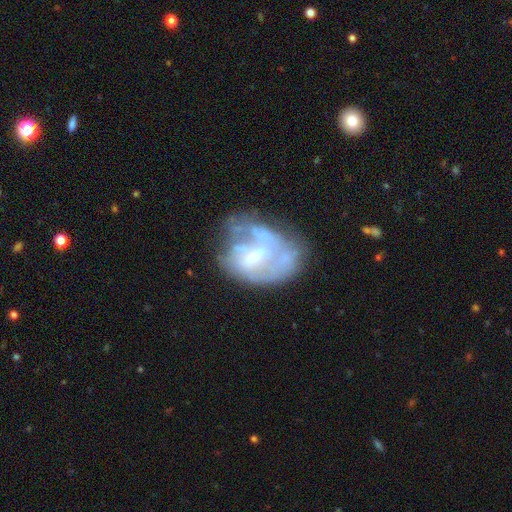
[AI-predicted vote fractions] Smooth or featured? Predicted: featured or disk (p=0.66). Edge-on disk? Predicted: no (p=0.97). Bar? Predicted: no (p=0.49). Spiral arms? Predicted: no (p=0.59). Bulge size? Predicted: small (p=0.50). Merging? Predicted: none (p=0.35).